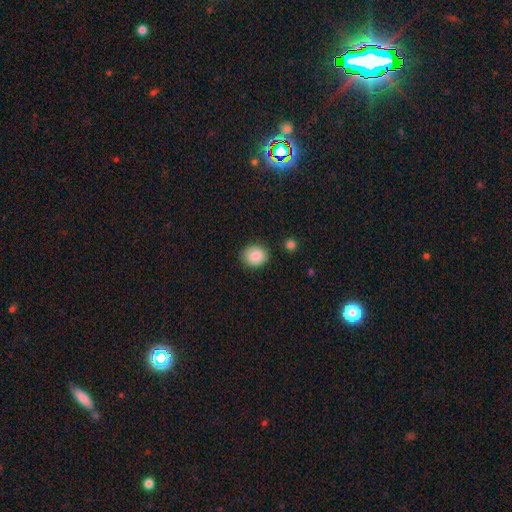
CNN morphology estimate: smooth_or_featured: smooth (p=0.86) [alt: star or artifact p=0.08]
how_rounded: round (p=0.61) [alt: in between p=0.38]
merging: none (p=0.83) [alt: minor disturbance p=0.12]